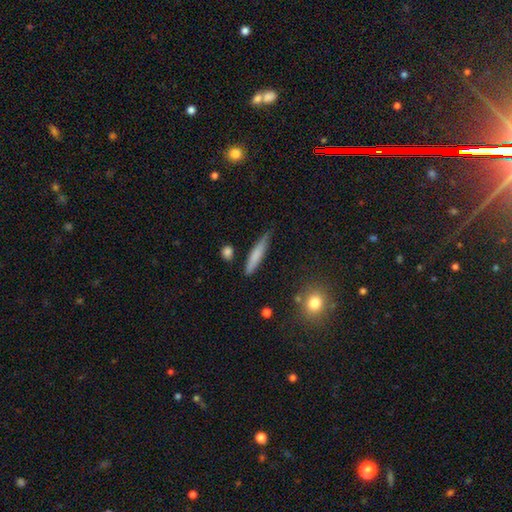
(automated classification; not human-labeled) The model was most divided on "smooth or featured": smooth: 72%, featured or disk: 22%, star or artifact: 7%. More confident: how rounded — cigar-shaped (90%); merging — none (78%).